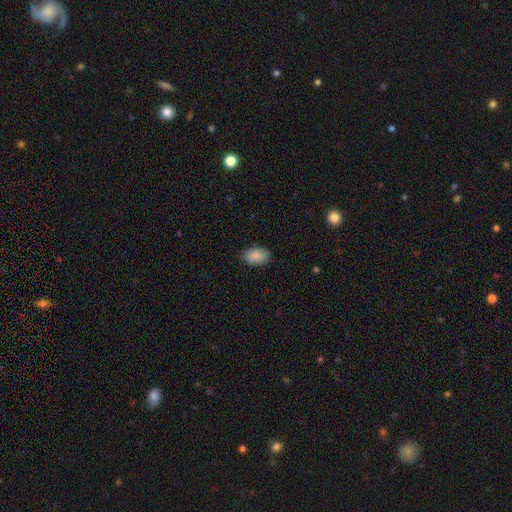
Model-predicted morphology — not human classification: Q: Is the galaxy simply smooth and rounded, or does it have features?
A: smooth — 88%.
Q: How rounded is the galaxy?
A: in between — 91%.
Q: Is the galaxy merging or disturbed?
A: none — 82%.